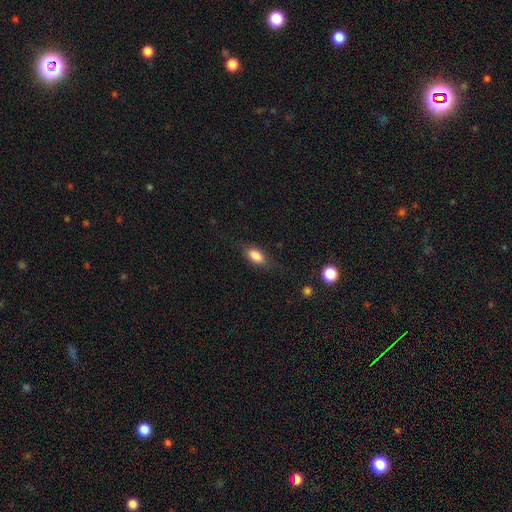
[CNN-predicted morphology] Smooth or featured?
  - smooth: 74% *
  - featured or disk: 17%
  - star or artifact: 8%
How rounded?
  - in between: 79% *
  - cigar-shaped: 15%
  - round: 6%
Merging?
  - none: 72% *
  - minor disturbance: 19%
  - major disturbance: 7%
  - merger: 1%